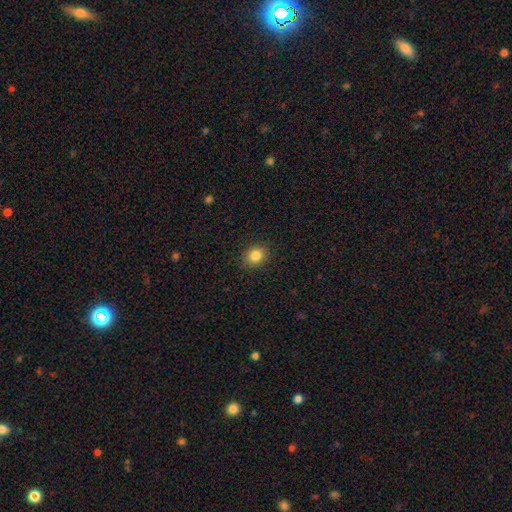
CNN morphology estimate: Overall: smooth (85%). How rounded: round (55%; in between 44%). Merging: none (89%).